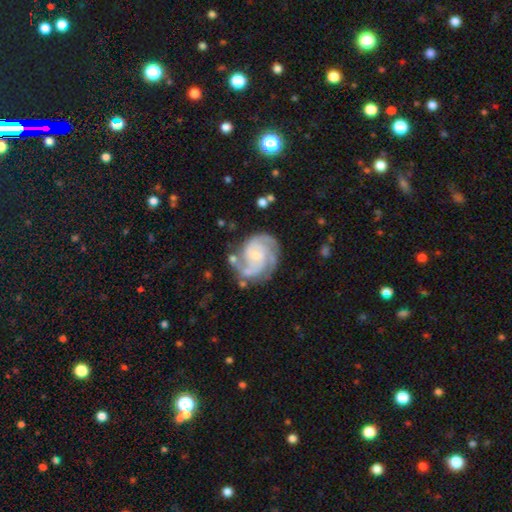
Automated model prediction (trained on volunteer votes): This is clearly a featured or disk galaxy (89%). It is clearly not viewed edge-on (98%). Bar: possibly no (56%). Spiral arm pattern: clearly yes (98%). Spiral arm count: marginally 2 (37%). Spiral winding: possibly tight (54%). Central bulge: likely small (69%). Merging: likely none (65%).